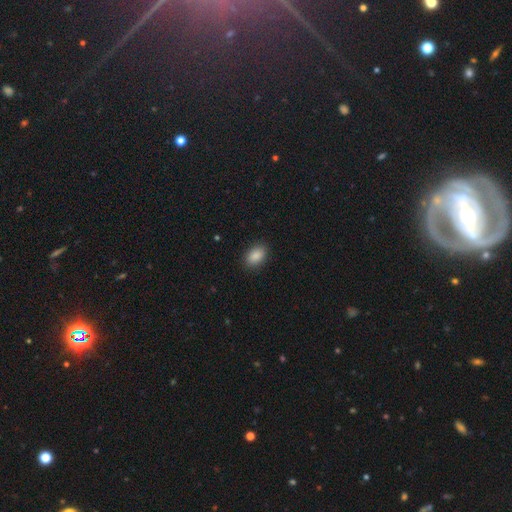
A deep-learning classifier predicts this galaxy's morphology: This is clearly a smooth galaxy (89%). How rounded: clearly in between (89%). Merging: clearly none (89%).